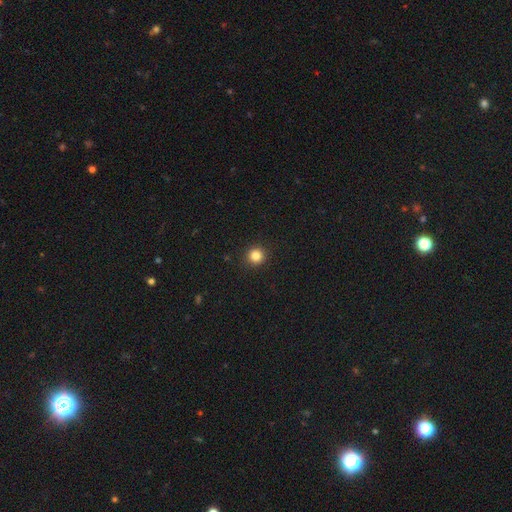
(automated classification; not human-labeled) A smooth galaxy with no disk features (84%) that is round (94%). Merging: none (93%).